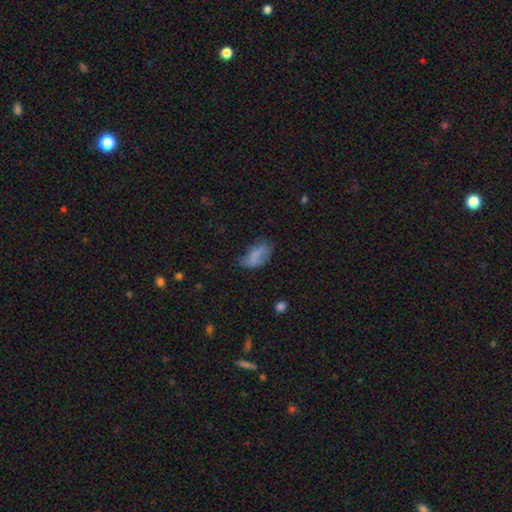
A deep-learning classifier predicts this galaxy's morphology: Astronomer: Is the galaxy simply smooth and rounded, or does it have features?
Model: smooth — 69%.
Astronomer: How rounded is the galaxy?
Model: in between — 91%.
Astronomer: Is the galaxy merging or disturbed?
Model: none — 42% (runner-up: minor disturbance, 34%).